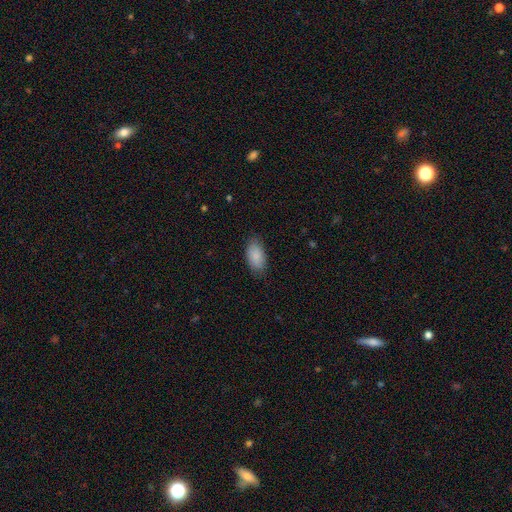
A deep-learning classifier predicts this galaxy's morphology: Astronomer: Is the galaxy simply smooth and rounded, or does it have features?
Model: smooth — 87%.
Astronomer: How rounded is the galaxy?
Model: in between — 94%.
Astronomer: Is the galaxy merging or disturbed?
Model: none — 81%.